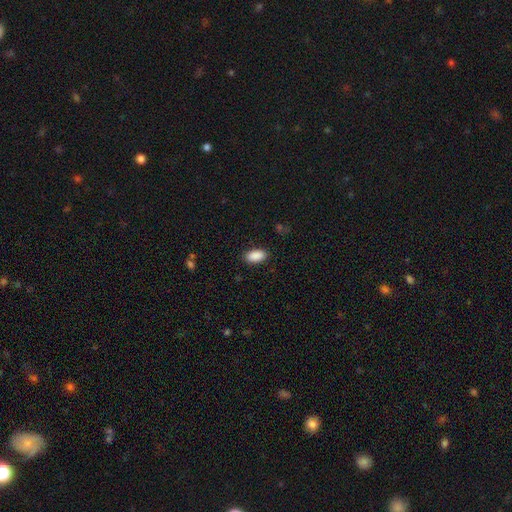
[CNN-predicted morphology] Overall: smooth (90%). How rounded: in between (94%). Merging: none (88%).